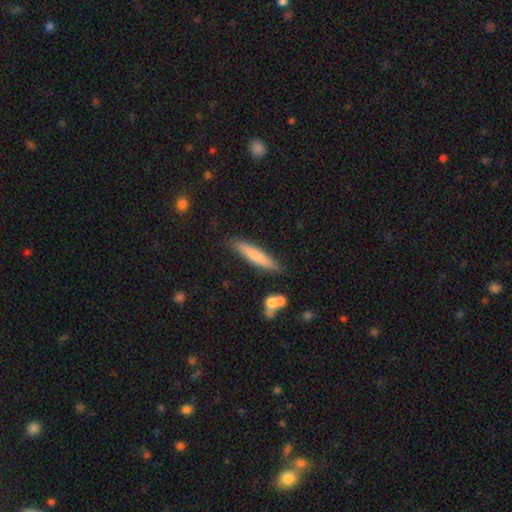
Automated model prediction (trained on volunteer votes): A smooth galaxy with no disk features (73%) that is cigar-shaped (87%).

Vote fractions:
- Smooth or featured? smooth: 73% / featured or disk: 21% / star or artifact: 6%
- How rounded? cigar-shaped: 87% / in between: 11% / round: 1%
- Merging? none: 85% / minor disturbance: 10% / merger: 3% / major disturbance: 2%